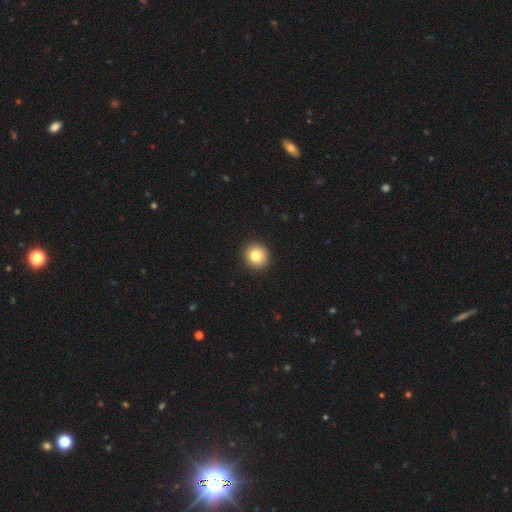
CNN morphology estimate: smooth-or-featured: smooth: 81% | star or artifact: 10% | featured or disk: 9%
  how-rounded: round: 92% | in between: 7% | cigar-shaped: 1%
  merging: none: 93% | minor disturbance: 5% | major disturbance: 2% | merger: 1%